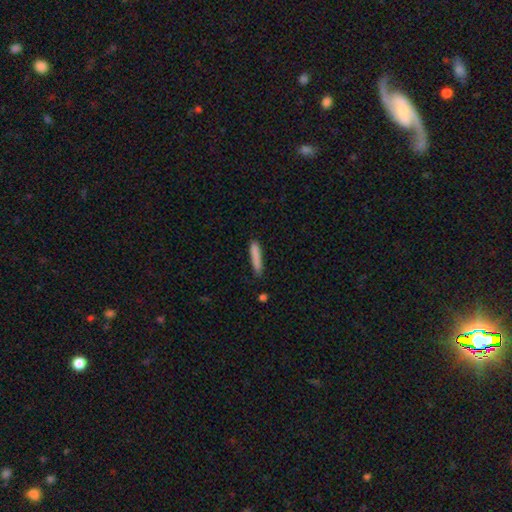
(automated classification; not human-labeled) Smooth or featured: smooth — 84% (featured or disk — 9%)
How rounded: cigar-shaped — 90% (in between — 8%)
Merging: none — 82% (minor disturbance — 14%)